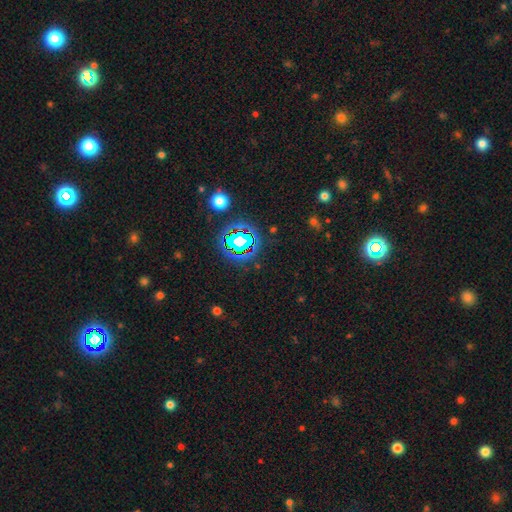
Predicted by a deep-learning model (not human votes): Smooth or featured: star or artifact — 77% (smooth — 15%)